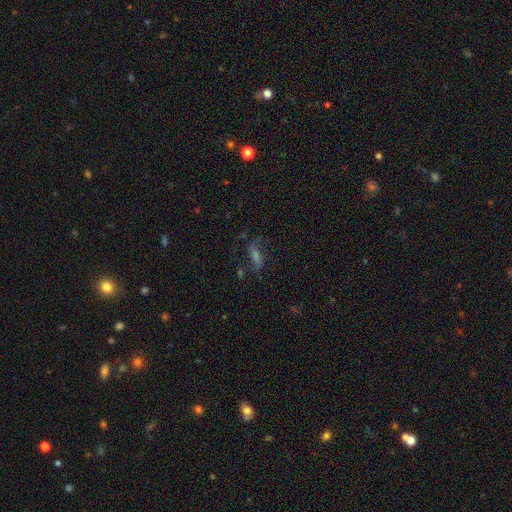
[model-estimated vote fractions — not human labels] Overall: featured or disk (55%; smooth 24%). Edge-on disk: no (87%). Merging: none (65%).